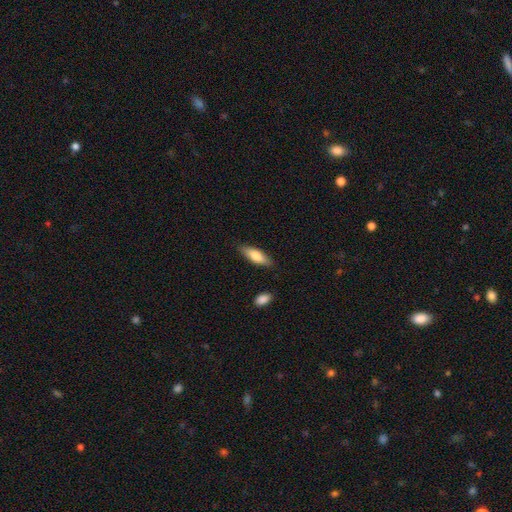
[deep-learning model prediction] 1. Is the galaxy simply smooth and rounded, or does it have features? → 76% smooth, 18% featured or disk, 6% star or artifact.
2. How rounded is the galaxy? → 56% in between, 42% cigar-shaped, 2% round.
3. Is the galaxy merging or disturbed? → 83% none, 12% minor disturbance, 2% major disturbance, 2% merger.